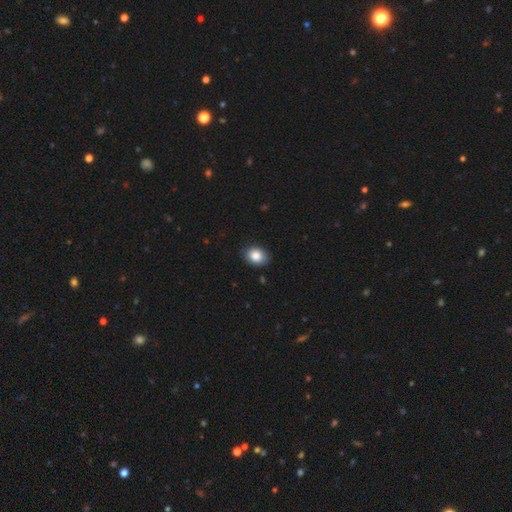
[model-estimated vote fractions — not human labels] Smooth or featured: smooth — 85% (star or artifact — 8%)
How rounded: in between — 64% (round — 35%)
Merging: none — 86% (minor disturbance — 11%)